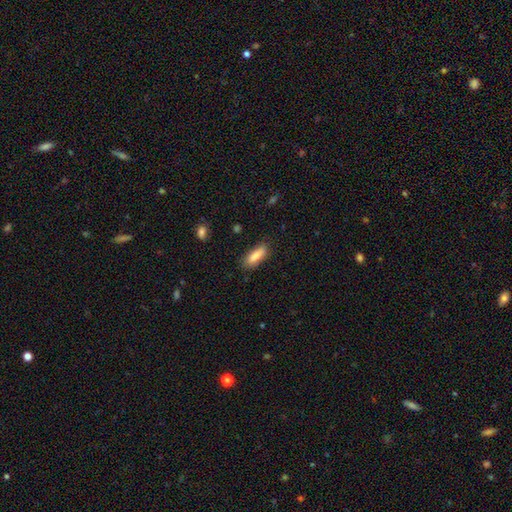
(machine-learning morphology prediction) A smooth galaxy with no disk features (85%) that is in between round and cigar-shaped (58%).

Vote fractions:
- Smooth or featured? smooth: 85% / featured or disk: 8% / star or artifact: 7%
- How rounded? in between: 58% / cigar-shaped: 40% / round: 2%
- Merging? none: 80% / minor disturbance: 15% / major disturbance: 3% / merger: 2%